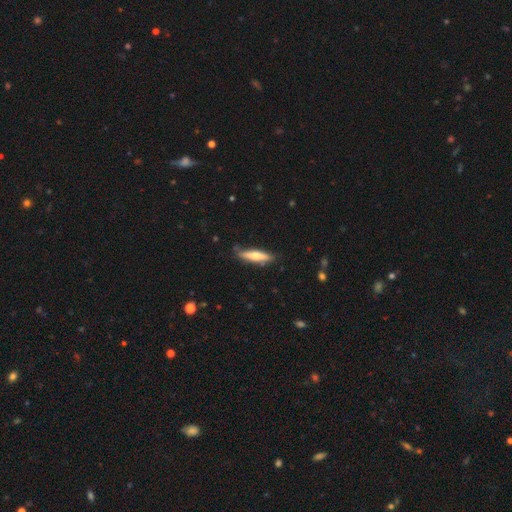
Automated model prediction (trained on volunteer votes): smooth_or_featured: smooth (p=0.56) [alt: featured or disk p=0.39]
how_rounded: cigar-shaped (p=0.82) [alt: in between p=0.17]
merging: none (p=0.79) [alt: minor disturbance p=0.17]